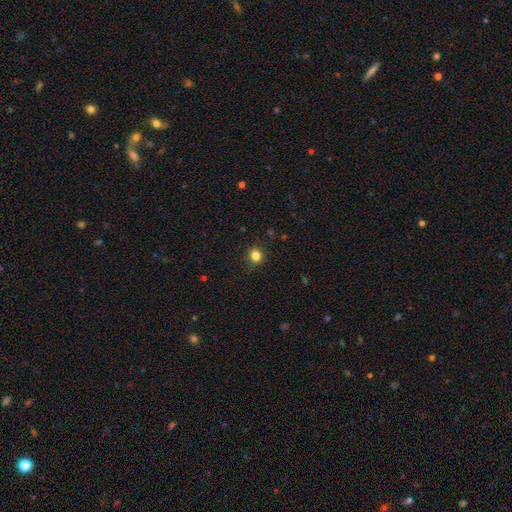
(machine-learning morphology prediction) Smooth or featured?
  - smooth: 83% *
  - star or artifact: 12%
  - featured or disk: 4%
How rounded?
  - round: 89% *
  - in between: 10%
  - cigar-shaped: 1%
Merging?
  - none: 90% *
  - minor disturbance: 7%
  - major disturbance: 2%
  - merger: 1%